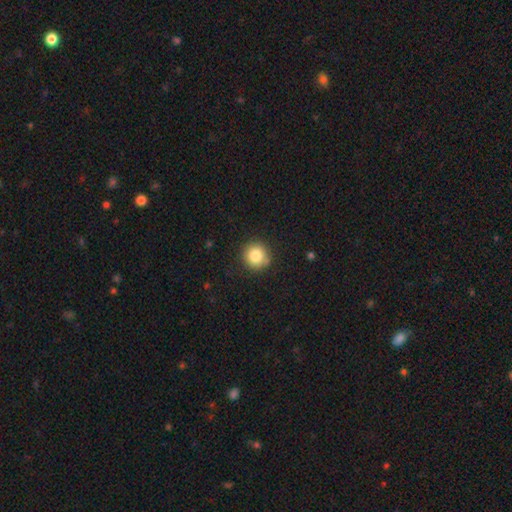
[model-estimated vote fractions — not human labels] Smooth or featured: smooth — 84% (star or artifact — 10%)
How rounded: round — 93% (in between — 6%)
Merging: none — 87% (minor disturbance — 9%)